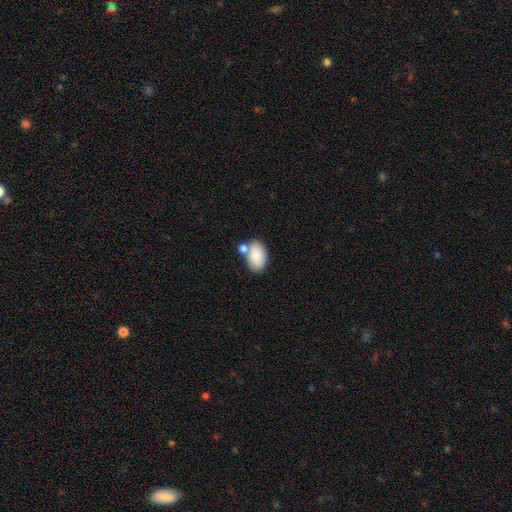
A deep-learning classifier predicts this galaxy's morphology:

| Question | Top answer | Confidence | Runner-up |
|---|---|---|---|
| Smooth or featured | smooth | 82% | featured or disk (11%) |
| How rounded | in between | 90% | round (8%) |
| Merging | none | 56% | merger (26%) |